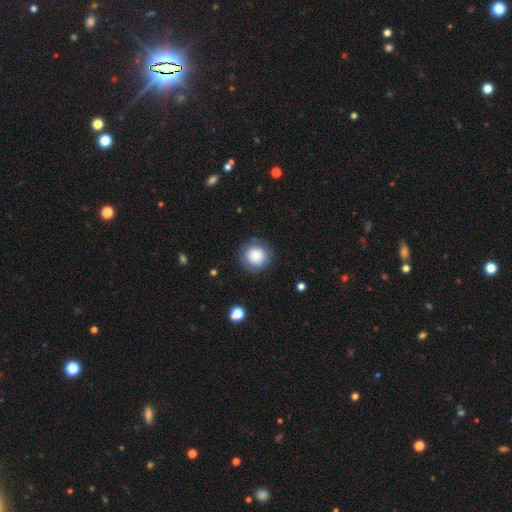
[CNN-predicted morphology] Smooth or featured? smooth (80%)
How rounded? round (95%)
Merging? none (85%)